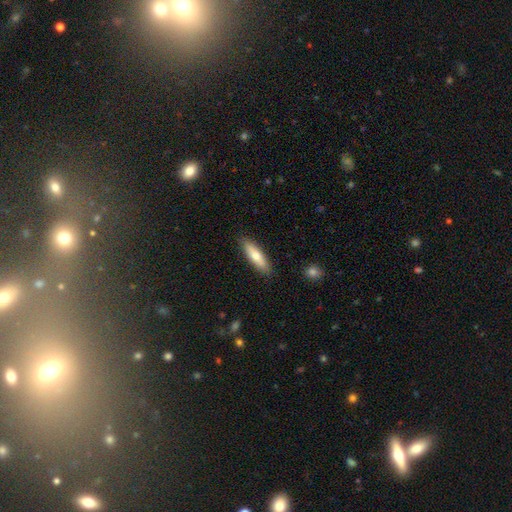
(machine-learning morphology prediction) Q: Smooth or featured?
A: smooth (70%); runner-up: featured or disk (24%)
Q: How rounded?
A: cigar-shaped (57%); runner-up: in between (41%)
Q: Merging?
A: none (88%); runner-up: minor disturbance (9%)